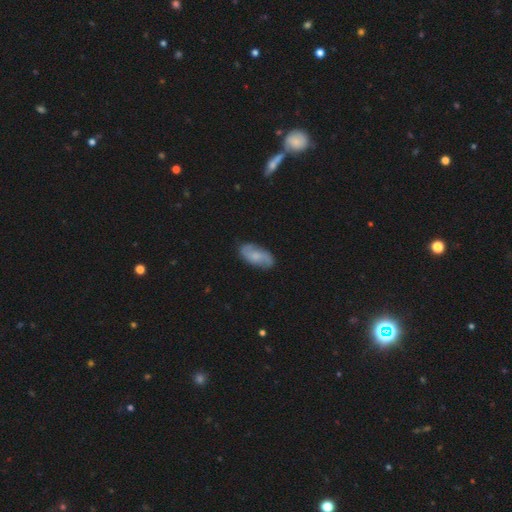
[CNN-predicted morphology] smooth_or_featured: featured or disk (p=0.51) [alt: smooth p=0.42]
disk_edge_on: no (p=0.93) [alt: yes p=0.07]
merging: none (p=0.80) [alt: minor disturbance p=0.16]